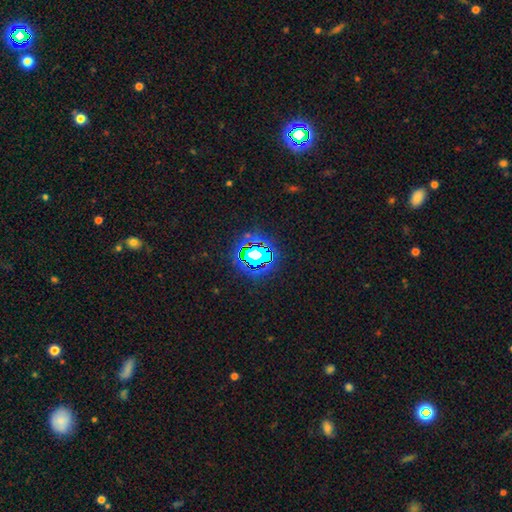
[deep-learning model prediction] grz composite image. It shows a star or artifact, not a galaxy (68%).